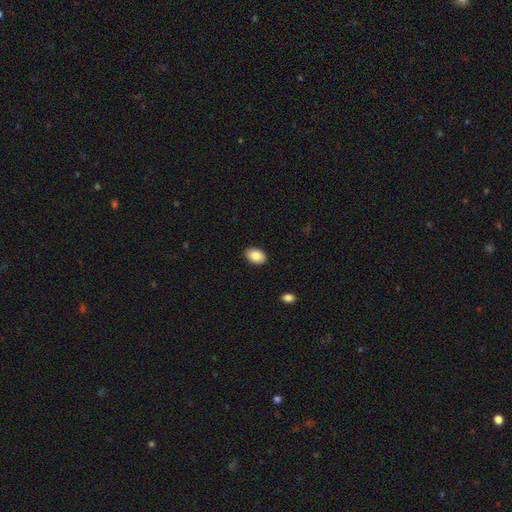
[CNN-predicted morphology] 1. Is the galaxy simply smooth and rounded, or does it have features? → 86% smooth, 7% star or artifact, 7% featured or disk.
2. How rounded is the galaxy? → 86% in between, 13% round, 1% cigar-shaped.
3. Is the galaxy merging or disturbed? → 89% none, 8% minor disturbance, 2% major disturbance, 1% merger.